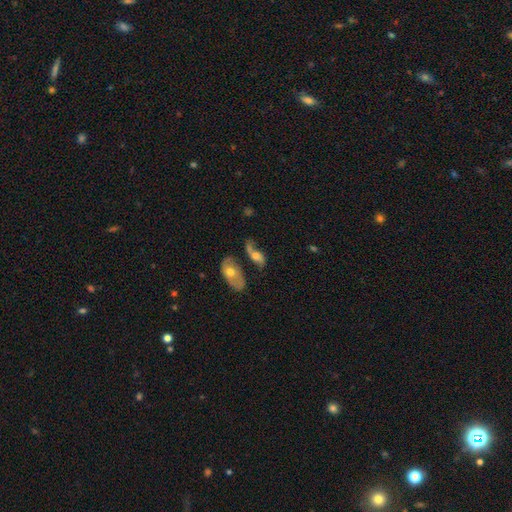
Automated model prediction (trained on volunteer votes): featured or disk 48%, smooth 43%, star or artifact 9%. Down the decision tree: merging — merger (30%).